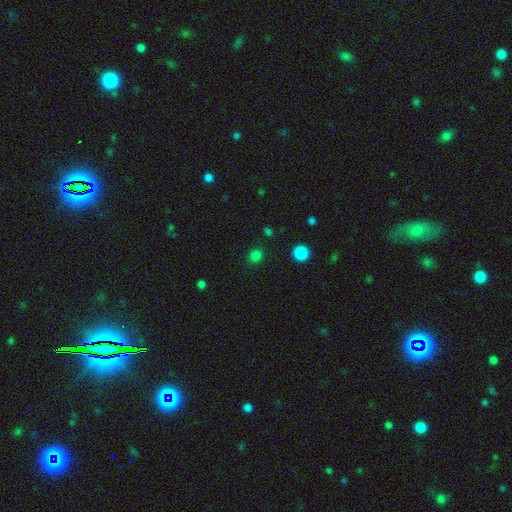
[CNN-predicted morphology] The model was most divided on "how rounded": round: 78%, in between: 21%, cigar-shaped: 1%. More confident: merging — none (88%); smooth or featured — smooth (79%).